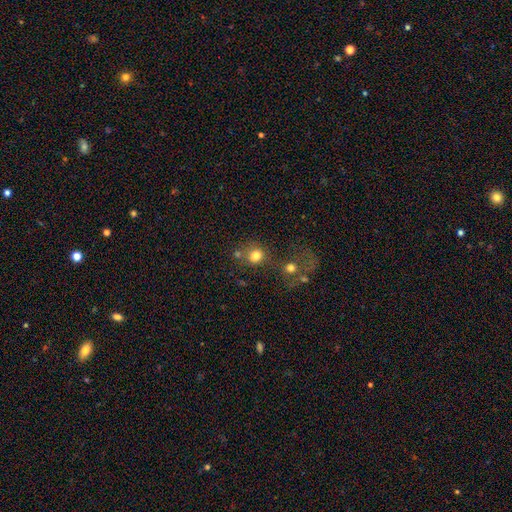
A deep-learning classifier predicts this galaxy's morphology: smooth 78%, star or artifact 13%, featured or disk 9%. Down the decision tree: how rounded — round (86%); merging — none (61%).